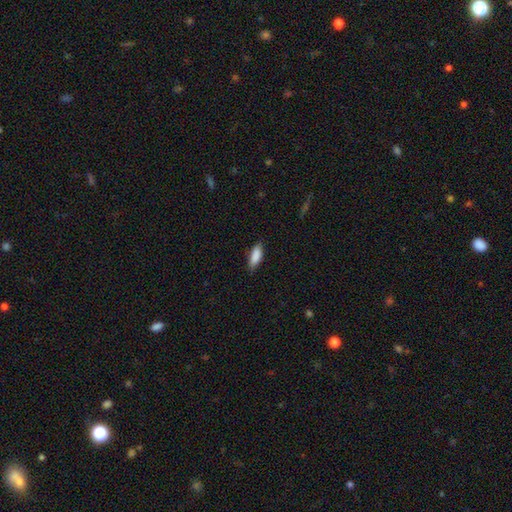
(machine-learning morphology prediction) This is clearly a smooth galaxy (88%). How rounded: likely in between (69%). Merging: likely none (80%).